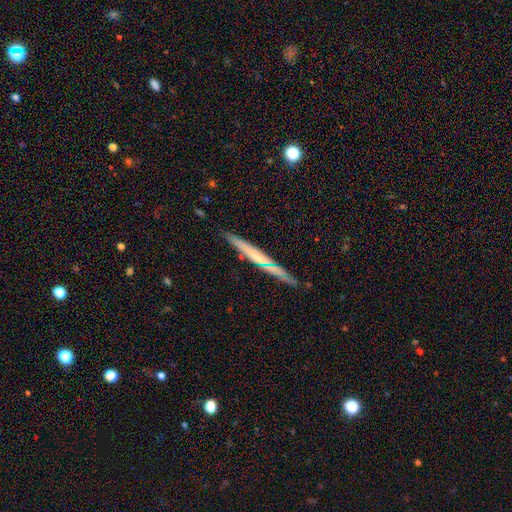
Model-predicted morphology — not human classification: smooth-or-featured: featured or disk: 63% | smooth: 30% | star or artifact: 7%
  disk-edge-on: yes: 96% | no: 4%
    edge-on-bulge: none: 58% | rounded: 34% | boxy: 9%
  merging: none: 86% | minor disturbance: 10% | merger: 3% | major disturbance: 2%